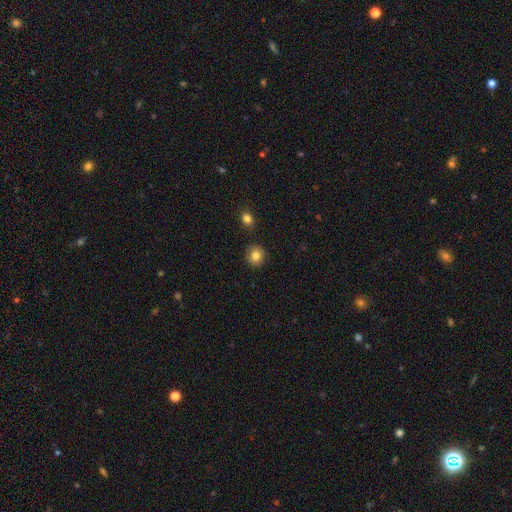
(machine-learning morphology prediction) Overall: smooth (82%). How rounded: round (86%). Merging: none (88%).